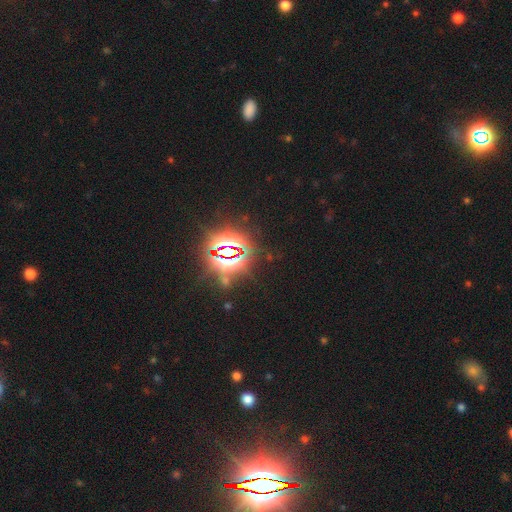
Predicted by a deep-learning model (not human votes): The model was most divided on "smooth or featured": star or artifact: 85%, smooth: 8%, featured or disk: 6%.